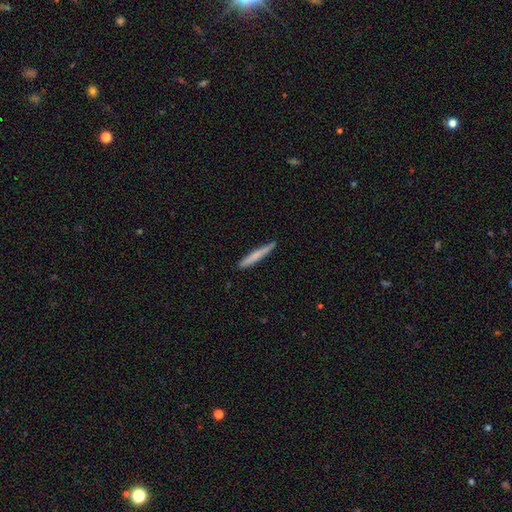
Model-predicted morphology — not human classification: Smooth or featured? Predicted: smooth (p=0.72). How rounded? Predicted: cigar-shaped (p=0.96). Merging? Predicted: none (p=0.88).